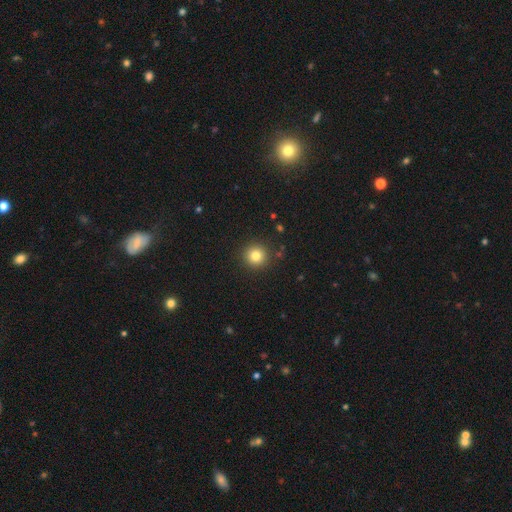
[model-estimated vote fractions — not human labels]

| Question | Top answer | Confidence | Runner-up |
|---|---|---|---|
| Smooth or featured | smooth | 82% | star or artifact (12%) |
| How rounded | round | 94% | in between (5%) |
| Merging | none | 91% | minor disturbance (6%) |